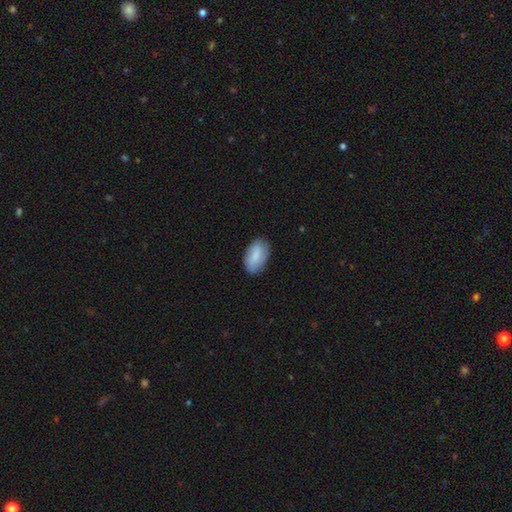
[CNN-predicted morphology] This is likely a smooth galaxy (79%). How rounded: clearly in between (94%). Merging: clearly none (81%).